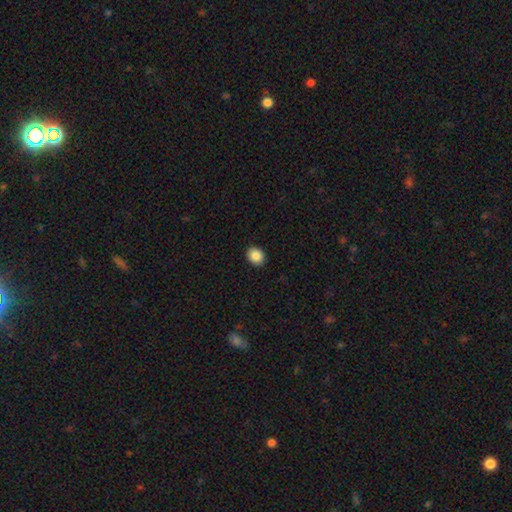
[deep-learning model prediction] Q: Smooth or featured?
A: smooth (87%); runner-up: star or artifact (9%)
Q: How rounded?
A: round (55%); runner-up: in between (44%)
Q: Merging?
A: none (91%); runner-up: minor disturbance (6%)